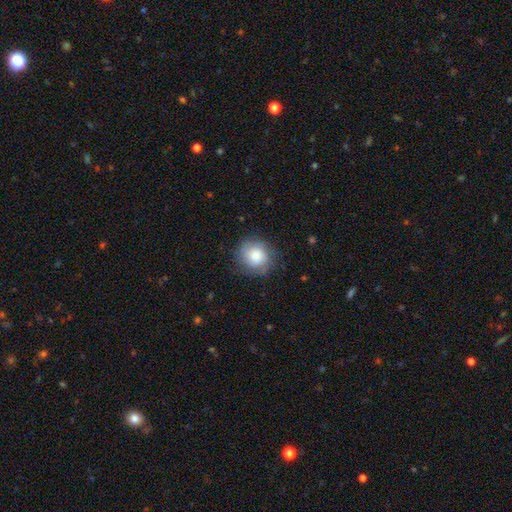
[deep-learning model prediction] Overall: smooth (66%). How rounded: round (84%). Merging: none (76%).